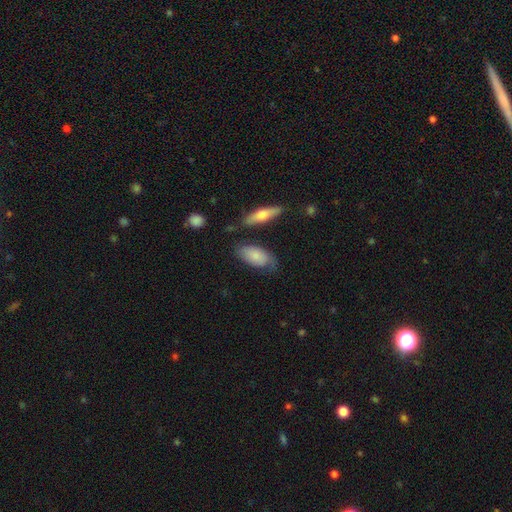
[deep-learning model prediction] Overall: smooth (72%). How rounded: in between (91%). Merging: none (55%; minor disturbance 28%).